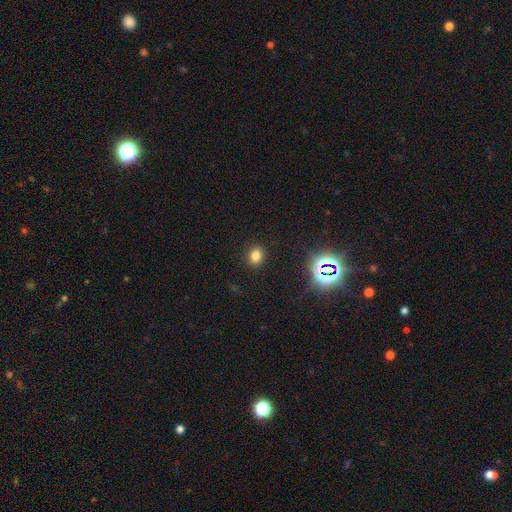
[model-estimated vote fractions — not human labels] Smooth or featured? Predicted: smooth (p=0.76). How rounded? Predicted: round (p=0.55). Merging? Predicted: none (p=0.90).